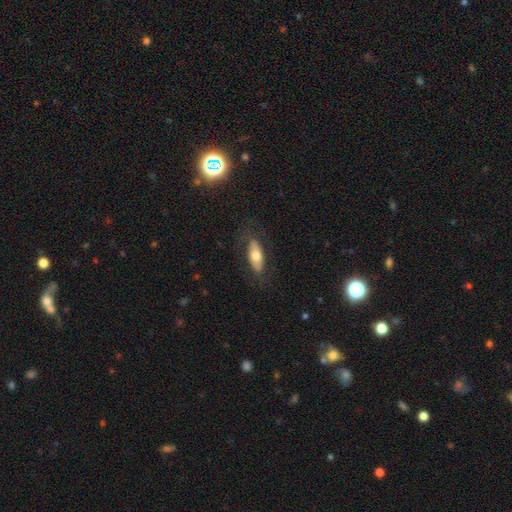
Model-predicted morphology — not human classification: Smooth or featured? smooth (65%)
How rounded? in between (81%)
Merging? none (78%)